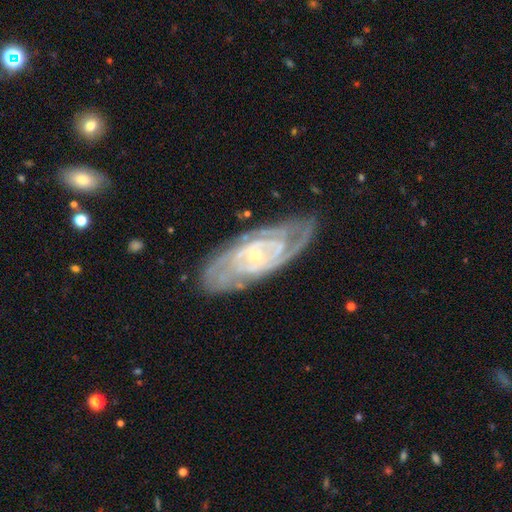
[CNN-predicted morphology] This appears to be a featured or disk galaxy (89%) with no bar (61%), 2 (34%) tight (72%) spiral arms (97%) and a small central bulge (76%). Merging: none (75%).